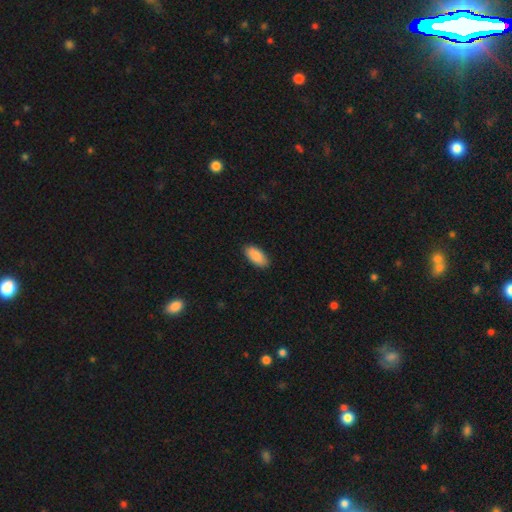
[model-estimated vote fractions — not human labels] Morphology: type=smooth (88%); roundness=in between (91%); merging=none (88%).